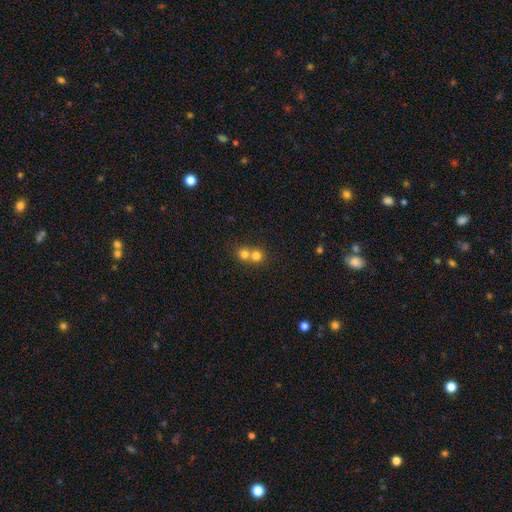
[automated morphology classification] smooth-or-featured: smooth: 76% | star or artifact: 13% | featured or disk: 11%
  how-rounded: round: 87% | in between: 12% | cigar-shaped: 1%
  merging: merger: 59% | none: 35% | minor disturbance: 4% | major disturbance: 2%